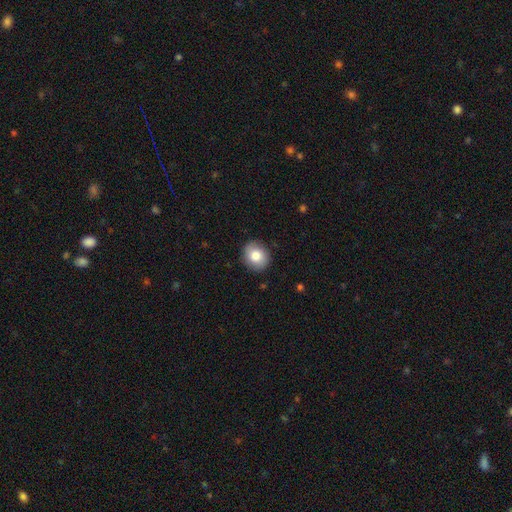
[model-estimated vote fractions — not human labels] Q: Smooth or featured?
A: smooth (81%); runner-up: featured or disk (12%)
Q: How rounded?
A: round (74%); runner-up: in between (25%)
Q: Merging?
A: none (87%); runner-up: minor disturbance (10%)